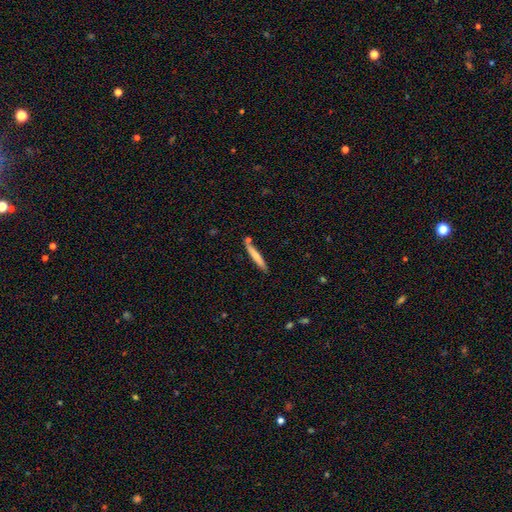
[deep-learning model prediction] A smooth galaxy with no disk features (71%) that is cigar-shaped (95%). Merging: none (79%).